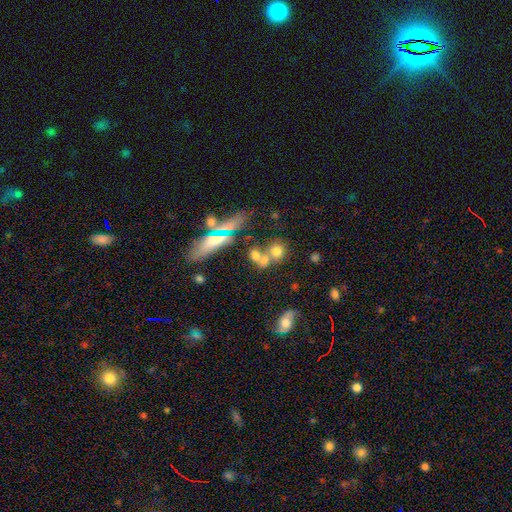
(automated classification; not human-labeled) Overall: smooth (62%). How rounded: round (51%; in between 37%). Merging: merger (51%; none 33%).